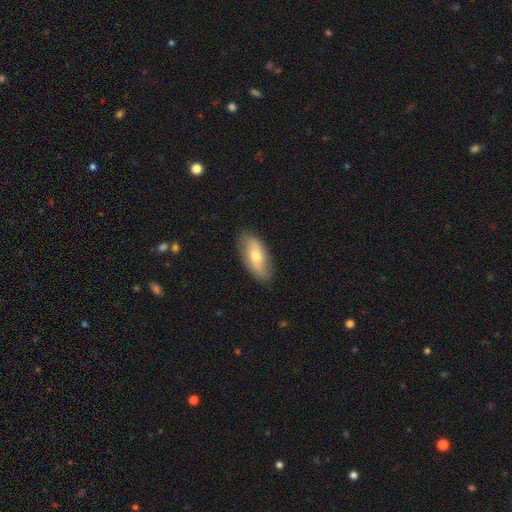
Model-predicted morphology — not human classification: type=smooth (58%); roundness=in between (86%); merging=none (83%).